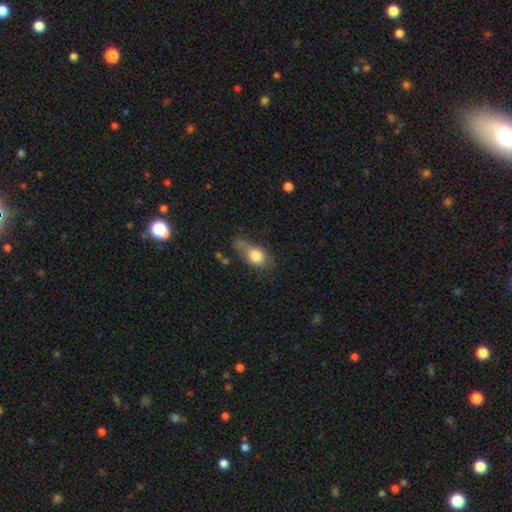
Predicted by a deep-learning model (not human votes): Overall: smooth (78%). How rounded: in between (72%). Merging: none (40%; minor disturbance 34%).